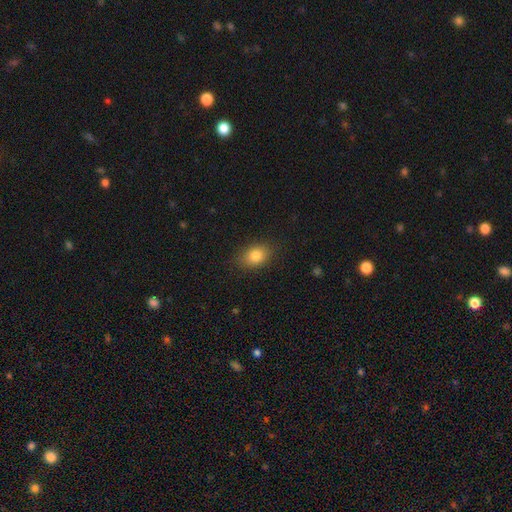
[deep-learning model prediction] The model was most divided on "how rounded": in between: 71%, round: 28%, cigar-shaped: 1%. More confident: merging — none (85%); smooth or featured — smooth (82%).